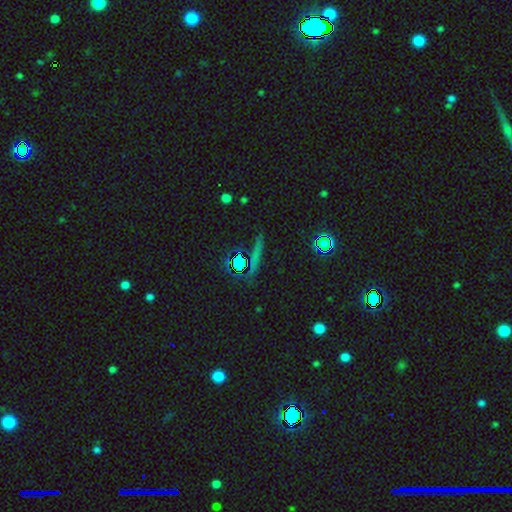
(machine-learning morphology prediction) Smooth or featured? Predicted: star or artifact (p=0.61).